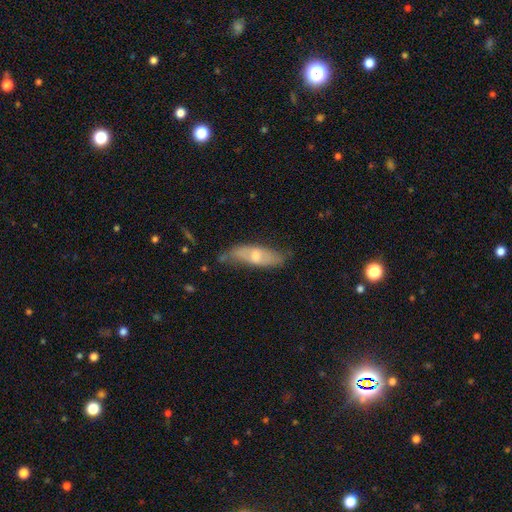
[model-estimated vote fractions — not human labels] Overall: smooth (47%; featured or disk 45%). Merging: none (62%; minor disturbance 28%).